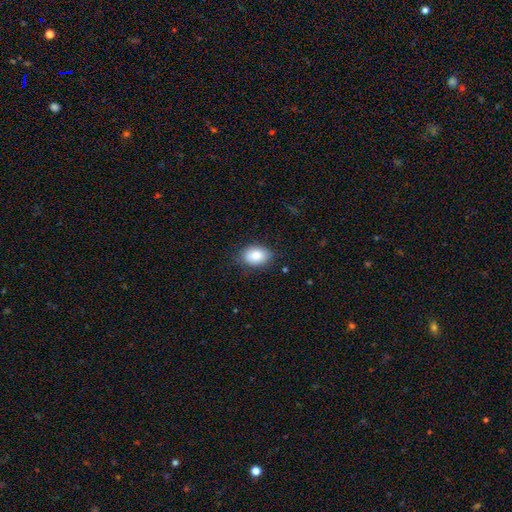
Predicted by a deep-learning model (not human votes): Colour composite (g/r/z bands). It shows a smooth galaxy with no disk features (86%) that is in between round and cigar-shaped (82%). Merging: none (80%).